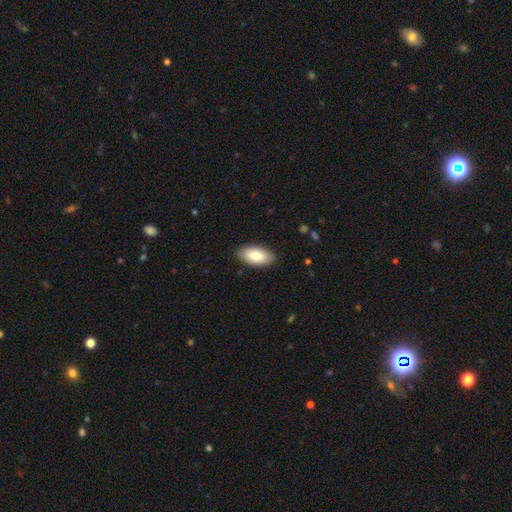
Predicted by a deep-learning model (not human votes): smooth-or-featured: smooth: 81% | featured or disk: 13% | star or artifact: 6%
  how-rounded: in between: 93% | cigar-shaped: 5% | round: 2%
  merging: none: 88% | minor disturbance: 9% | major disturbance: 2% | merger: 1%